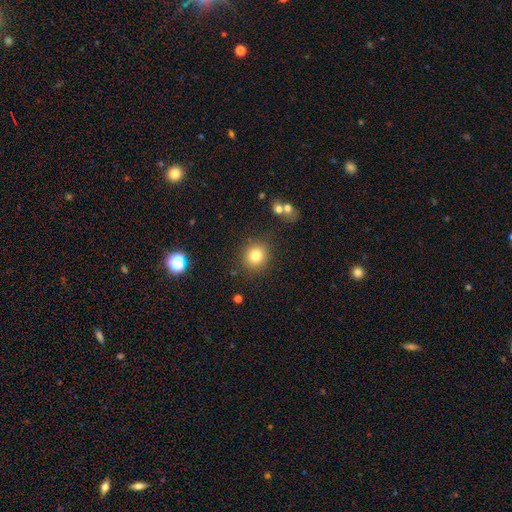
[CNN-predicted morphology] smooth_or_featured: smooth (p=0.80) [alt: star or artifact p=0.12]
how_rounded: round (p=0.91) [alt: in between p=0.08]
merging: none (p=0.87) [alt: minor disturbance p=0.07]